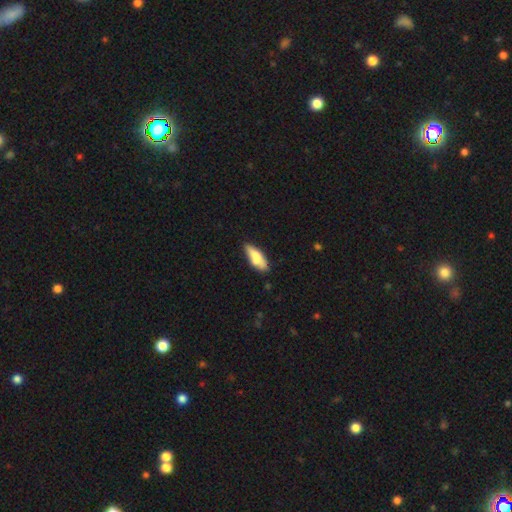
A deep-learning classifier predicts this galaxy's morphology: Smooth or featured? smooth (66%)
How rounded? in between (59%)
Merging? none (54%)